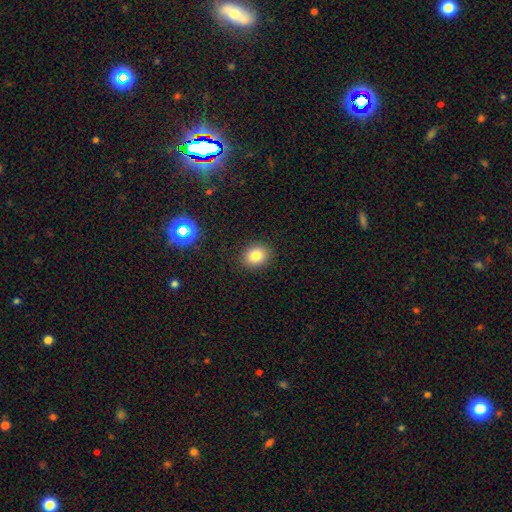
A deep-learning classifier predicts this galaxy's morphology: Smooth or featured?
  - smooth: 81% *
  - star or artifact: 12%
  - featured or disk: 7%
How rounded?
  - round: 58% *
  - in between: 41%
  - cigar-shaped: 1%
Merging?
  - none: 89% *
  - minor disturbance: 8%
  - major disturbance: 2%
  - merger: 1%